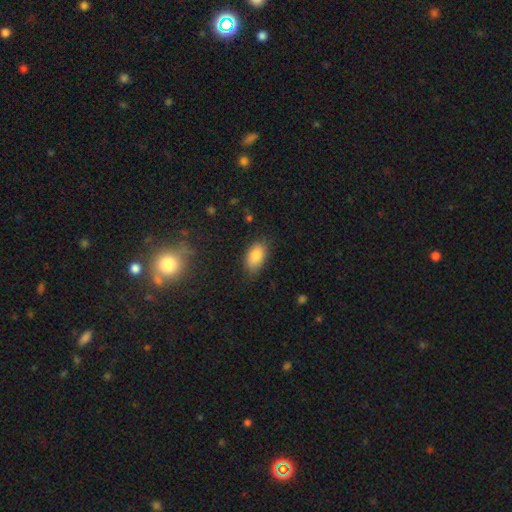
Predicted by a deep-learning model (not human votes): Smooth or featured: smooth — 84% (featured or disk — 9%)
How rounded: in between — 92% (round — 6%)
Merging: none — 79% (minor disturbance — 17%)